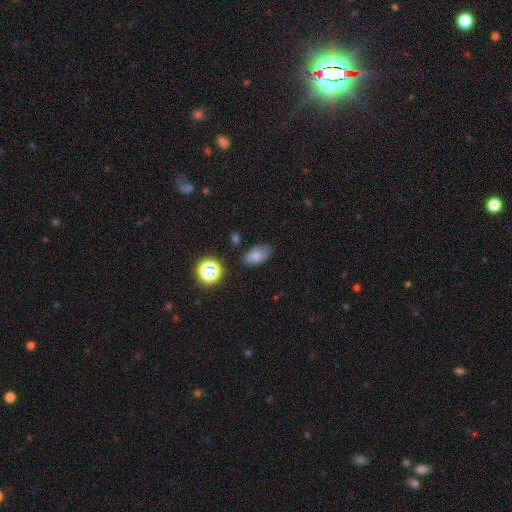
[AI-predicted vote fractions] The model was most divided on "merging": none: 71%, minor disturbance: 21%, major disturbance: 5%, merger: 3%. More confident: how rounded — in between (90%); smooth or featured — smooth (76%).